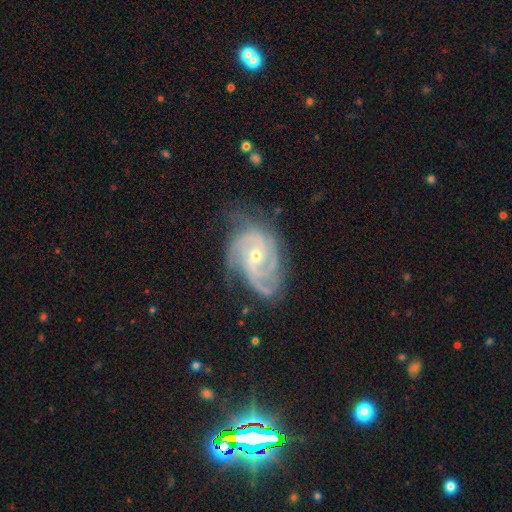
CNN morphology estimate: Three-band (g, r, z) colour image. It shows a featured or disk galaxy (90%) with no bar (66%), 3 (38%) tight (61%) spiral arms (98%) and a small central bulge (62%). Merging: none (64%).